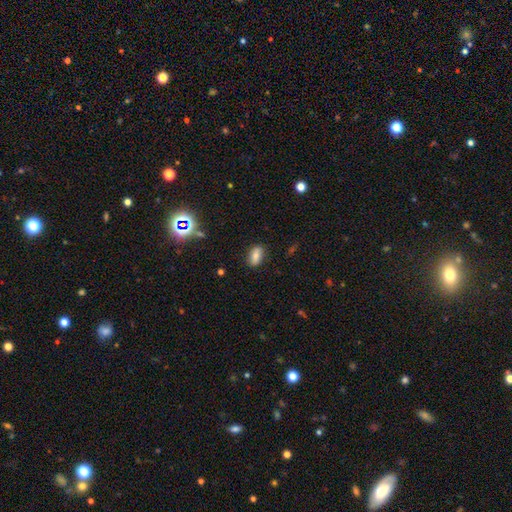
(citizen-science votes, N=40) smooth_or_featured: smooth (p=0.78) [alt: featured or disk p=0.12]
how_rounded: in between (p=0.84) [alt: round p=0.10]
merging: none (p=0.83) [alt: minor disturbance p=0.14]